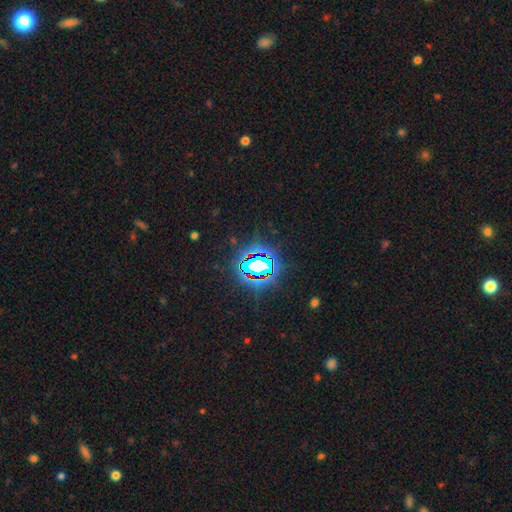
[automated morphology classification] smooth_or_featured: star or artifact (p=0.82) [alt: smooth p=0.11]